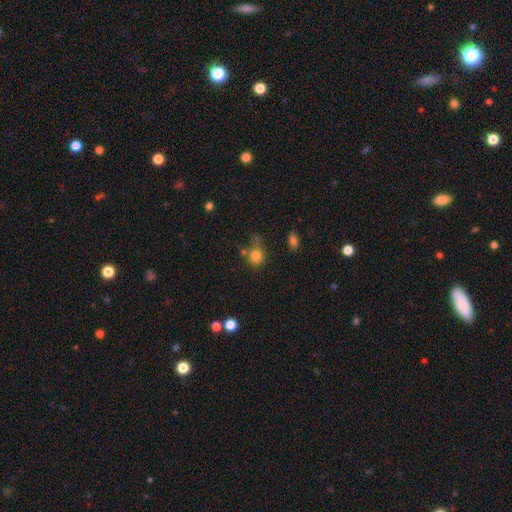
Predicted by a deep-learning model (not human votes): A smooth galaxy with no disk features (81%) that is round (75%). Merging: none (51%).